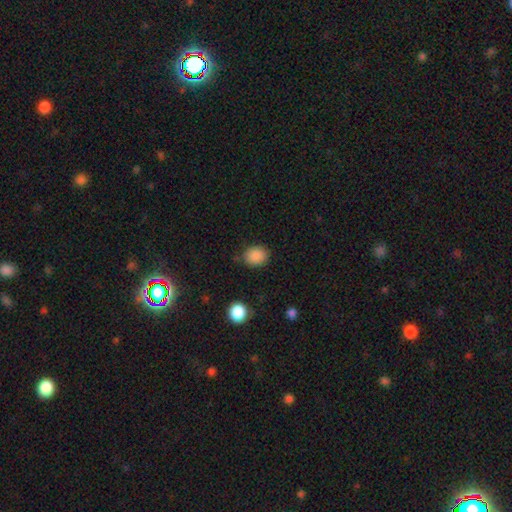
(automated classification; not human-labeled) Morphology: type=smooth (87%); roundness=round (63%); merging=none (79%).